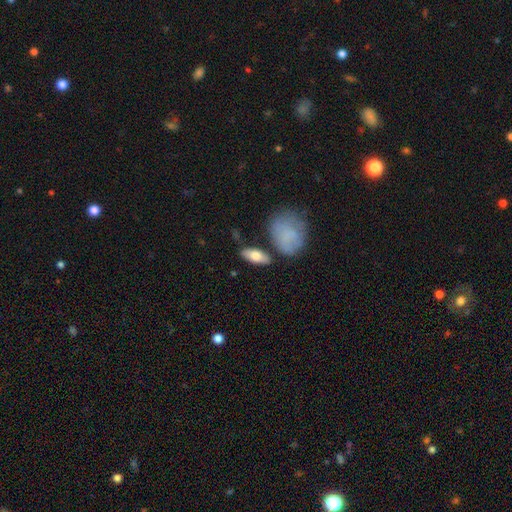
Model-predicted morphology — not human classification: Smooth or featured: smooth — 72% (featured or disk — 22%)
How rounded: in between — 80% (cigar-shaped — 17%)
Merging: none — 77% (minor disturbance — 12%)